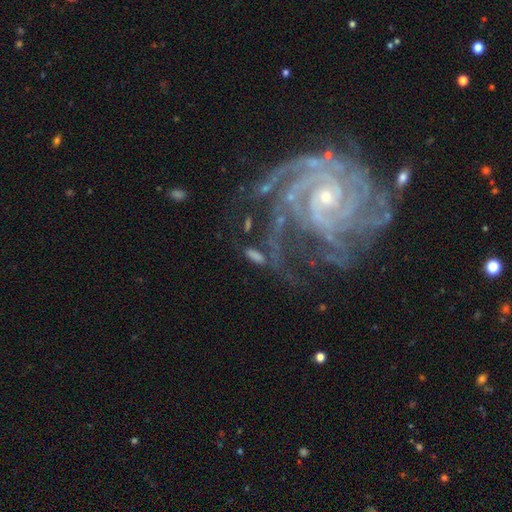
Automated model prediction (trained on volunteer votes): Smooth or featured?
  - featured or disk: 73% *
  - smooth: 15%
  - star or artifact: 11%
Edge-on disk?
  - no: 93% *
  - yes: 7%
Bar?
  - no: 52% *
  - weak: 28%
  - strong: 20%
Spiral arms?
  - yes: 91% *
  - no: 9%
Spiral winding?
  - tight: 66% *
  - medium: 26%
  - loose: 8%
Spiral arm count?
  - 2: 26% *
  - can't tell: 24%
  - 3: 20%
  - 4: 13%
  - more than 4: 9%
  - 1: 8%
Bulge size?
  - small: 62% *
  - moderate: 28%
  - none: 5%
  - large: 4%
  - dominant: 2%
Merging?
  - none: 61% *
  - minor disturbance: 18%
  - major disturbance: 15%
  - merger: 6%